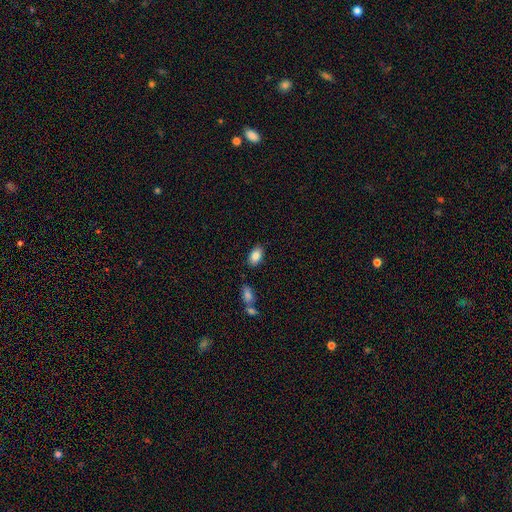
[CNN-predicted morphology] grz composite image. It shows a smooth galaxy with no disk features (85%) that is in between round and cigar-shaped (91%). Merging: none (84%).